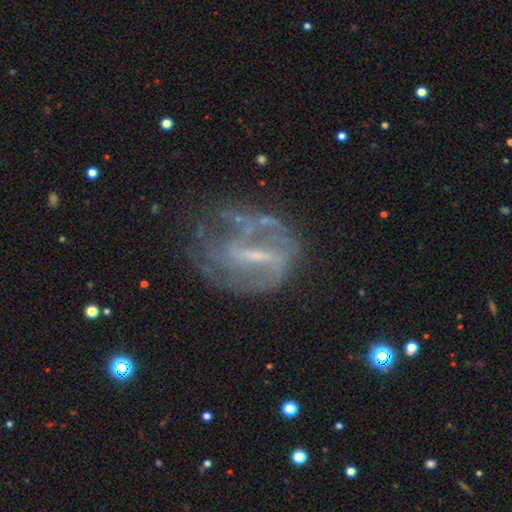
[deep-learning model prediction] featured or disk 75%, smooth 14%, star or artifact 11%. Down the decision tree: edge-on disk — no (95%); bar — strong (44%); spiral arms — yes (62%); bulge size — small (51%); merging — none (49%).